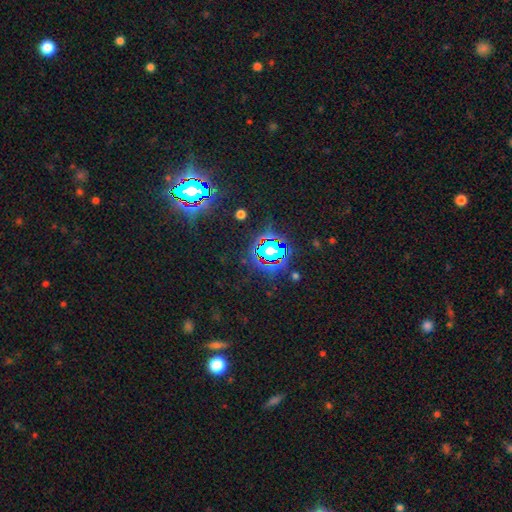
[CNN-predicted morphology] Overall: star or artifact (82%).